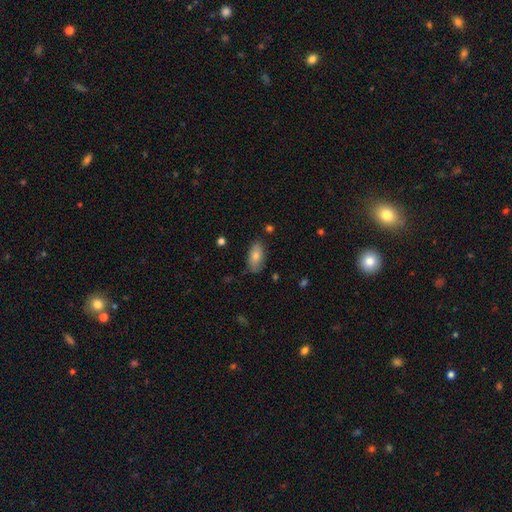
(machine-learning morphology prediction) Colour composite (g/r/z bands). It shows a smooth galaxy with no disk features (81%) that is in between round and cigar-shaped (90%). Merging: none (79%).